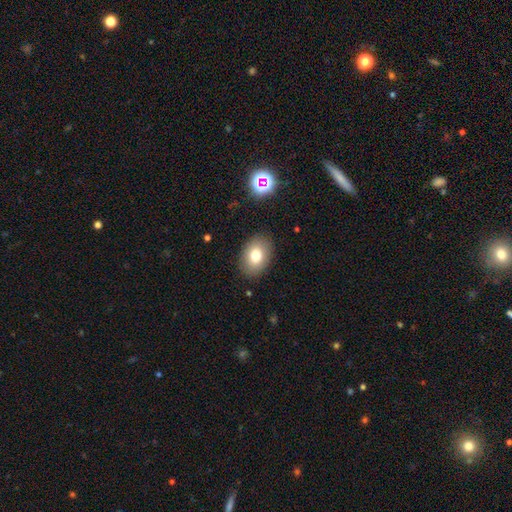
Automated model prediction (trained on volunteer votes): Smooth or featured: smooth — 78% (featured or disk — 12%)
How rounded: in between — 78% (round — 21%)
Merging: none — 87% (minor disturbance — 9%)